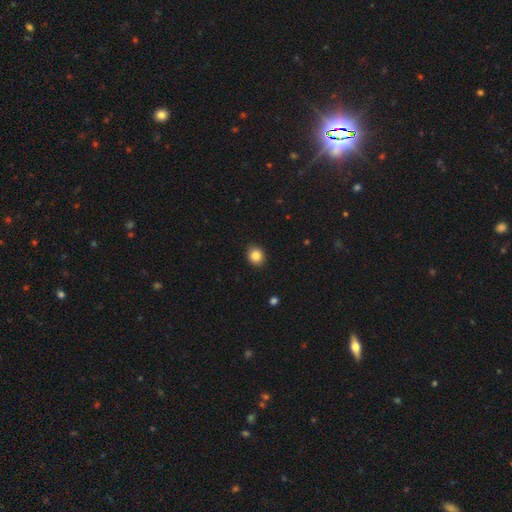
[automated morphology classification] smooth 85%, star or artifact 10%, featured or disk 5%. Down the decision tree: how rounded — round (77%); merging — none (91%).